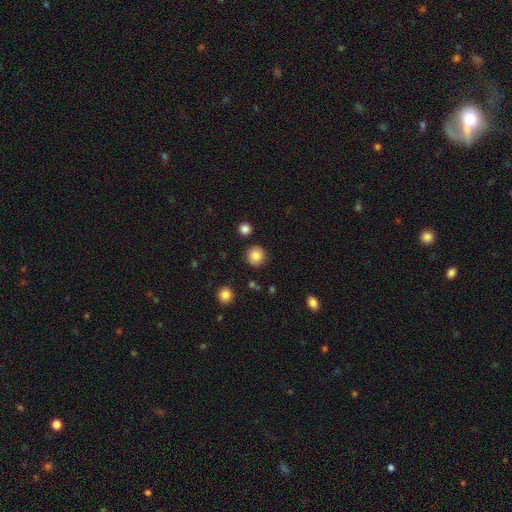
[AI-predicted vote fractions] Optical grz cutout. It shows a smooth galaxy with no disk features (85%) that is round (94%). Merging: none (88%).